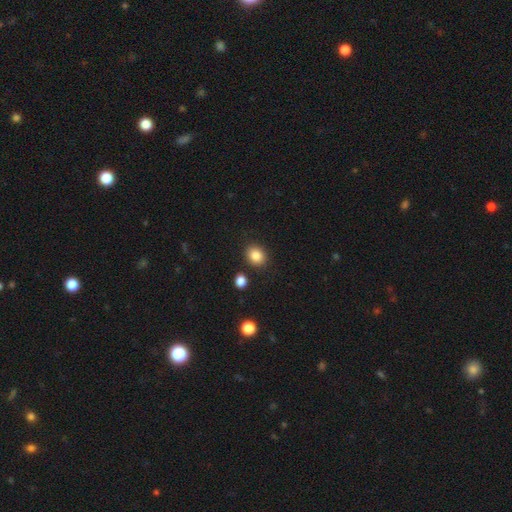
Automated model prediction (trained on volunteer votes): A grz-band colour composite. It shows a smooth galaxy with no disk features (85%) that is round (67%). Merging: none (85%).